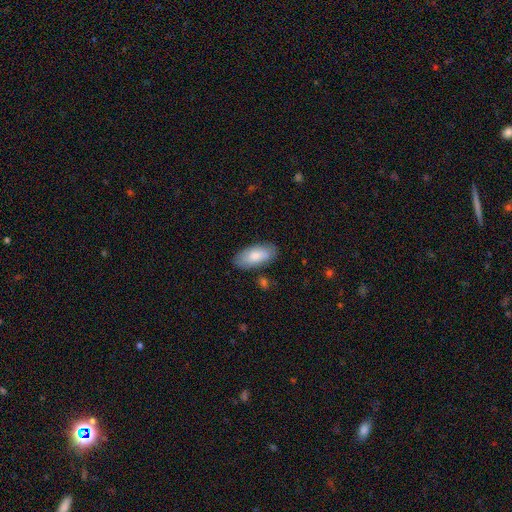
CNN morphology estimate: A smooth galaxy with no disk features (80%) that is in between round and cigar-shaped (90%).

Vote fractions:
- Smooth or featured? smooth: 80% / featured or disk: 15% / star or artifact: 6%
- How rounded? in between: 90% / cigar-shaped: 8% / round: 2%
- Merging? none: 80% / minor disturbance: 14% / major disturbance: 3% / merger: 2%